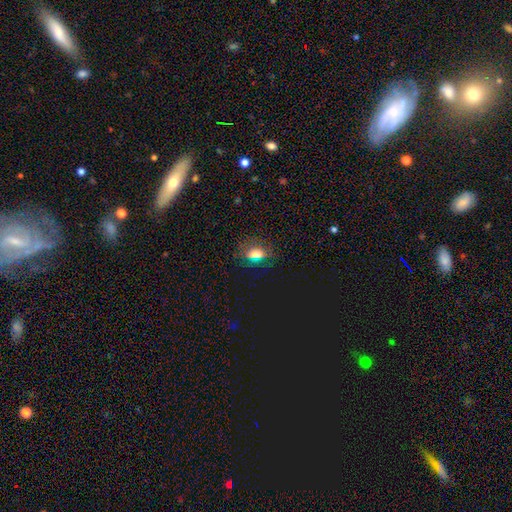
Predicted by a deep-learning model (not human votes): smooth 61%, star or artifact 27%, featured or disk 12%. Down the decision tree: how rounded — in between (63%); merging — none (83%).